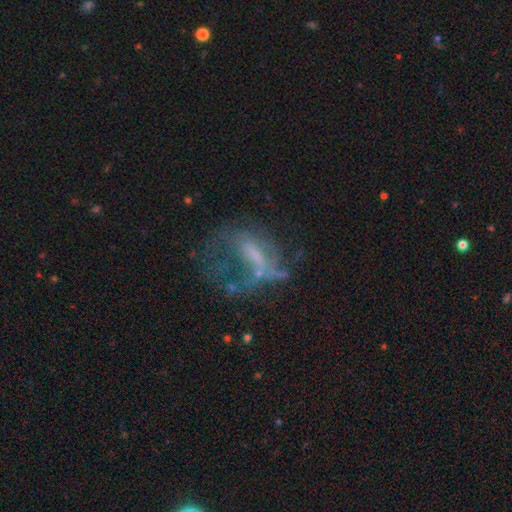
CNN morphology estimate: type=featured or disk (59%); edge-on=no (95%); bar=no (54%); spiral arms=no (67%); bulge=none (46%); merging=major disturbance (45%).